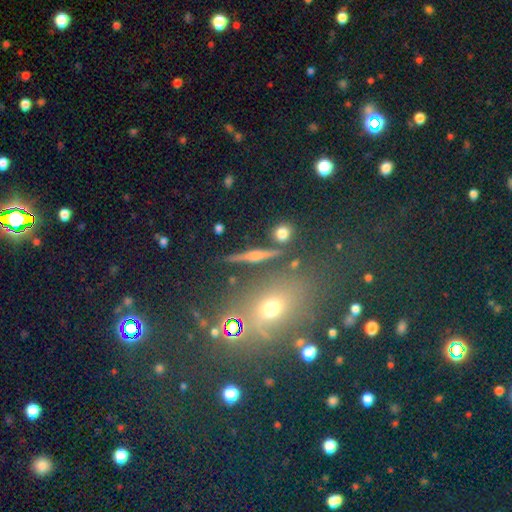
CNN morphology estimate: smooth_or_featured: featured or disk (p=0.52) [alt: smooth p=0.29]
disk_edge_on: yes (p=0.91) [alt: no p=0.09]
merging: none (p=0.85) [alt: minor disturbance p=0.08]